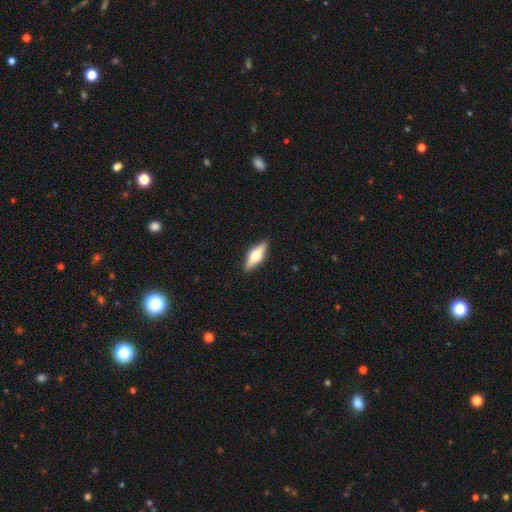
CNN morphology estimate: featured or disk 49%, smooth 45%, star or artifact 6%. Down the decision tree: merging — none (89%).